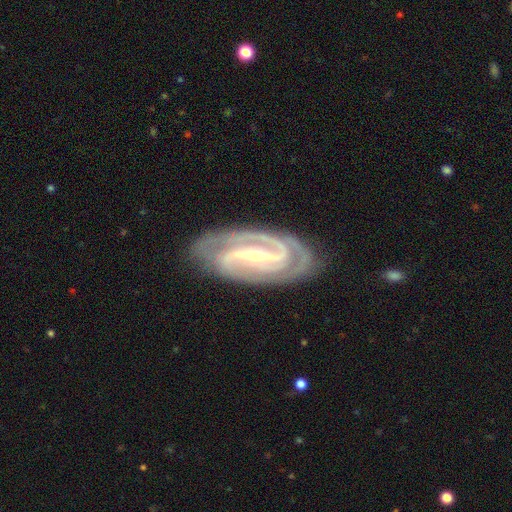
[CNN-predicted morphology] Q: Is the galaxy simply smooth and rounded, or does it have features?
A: featured or disk — 91%.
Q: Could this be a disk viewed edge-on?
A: no — 95%.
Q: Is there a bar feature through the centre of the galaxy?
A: strong — 70%.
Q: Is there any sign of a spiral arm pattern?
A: yes — 98%.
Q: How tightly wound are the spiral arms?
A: tight — 56%.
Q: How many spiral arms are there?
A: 2 — 83%.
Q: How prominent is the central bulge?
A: small — 62%.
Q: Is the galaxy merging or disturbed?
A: none — 81%.